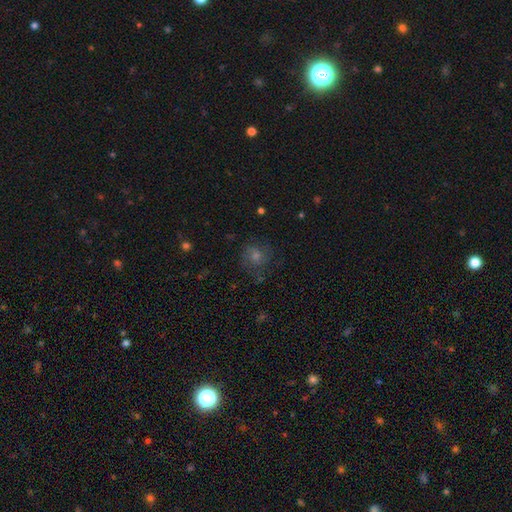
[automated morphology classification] The model was most divided on "smooth or featured": featured or disk: 39%, smooth: 35%, star or artifact: 25%. More confident: merging — none (76%).